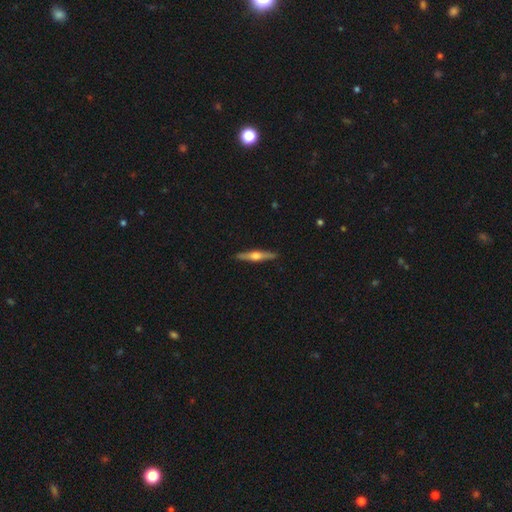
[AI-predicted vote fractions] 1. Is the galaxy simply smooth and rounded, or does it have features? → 65% featured or disk, 30% smooth, 5% star or artifact.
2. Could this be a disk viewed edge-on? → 97% yes, 3% no.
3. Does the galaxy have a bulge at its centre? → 92% rounded, 4% boxy, 3% none.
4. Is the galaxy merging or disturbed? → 91% none, 6% minor disturbance, 1% major disturbance, 1% merger.